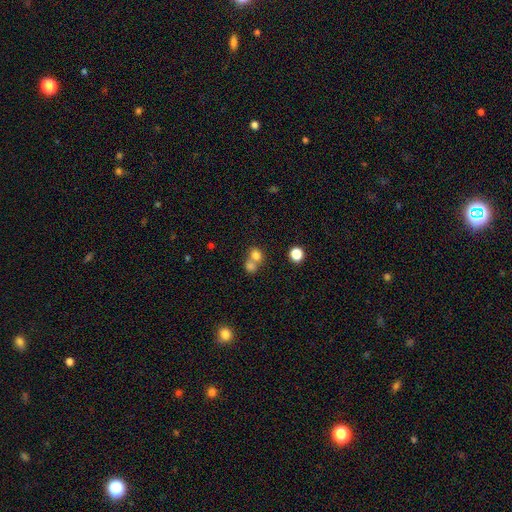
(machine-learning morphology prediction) smooth_or_featured: smooth (p=0.77) [alt: star or artifact p=0.13]
how_rounded: round (p=0.71) [alt: in between p=0.28]
merging: merger (p=0.56) [alt: none p=0.35]